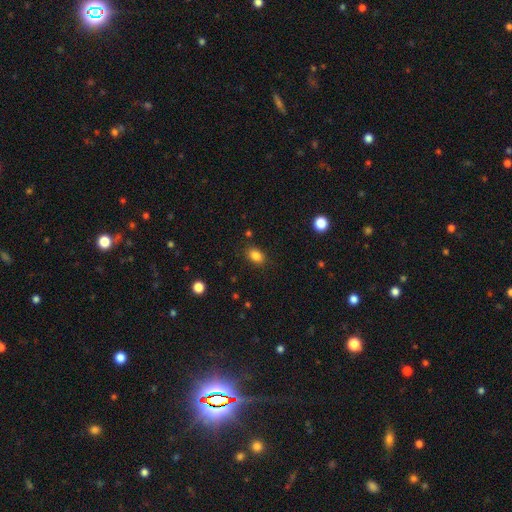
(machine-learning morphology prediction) type=smooth (84%); roundness=in between (75%); merging=none (85%).